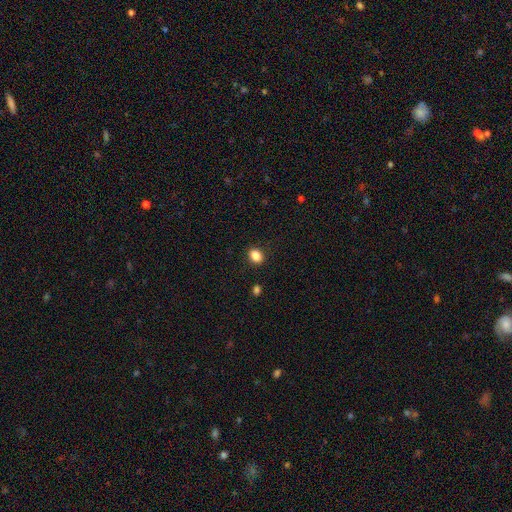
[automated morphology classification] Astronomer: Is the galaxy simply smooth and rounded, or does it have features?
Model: smooth — 86%.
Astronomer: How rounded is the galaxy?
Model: in between — 62% (runner-up: round, 37%).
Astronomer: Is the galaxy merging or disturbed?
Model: none — 88%.